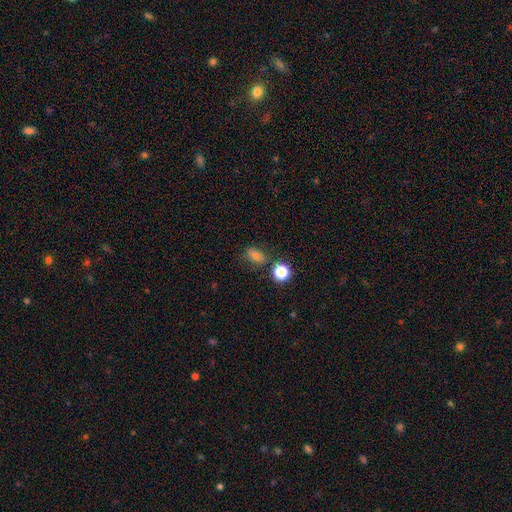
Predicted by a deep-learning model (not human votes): Smooth or featured?
  - smooth: 68% *
  - star or artifact: 21%
  - featured or disk: 11%
How rounded?
  - in between: 72% *
  - round: 24%
  - cigar-shaped: 4%
Merging?
  - none: 69% *
  - minor disturbance: 17%
  - merger: 8%
  - major disturbance: 6%